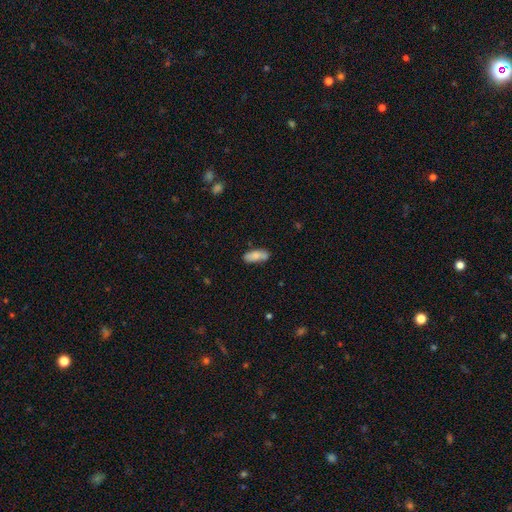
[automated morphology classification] Smooth or featured?
  - smooth: 79% *
  - featured or disk: 14%
  - star or artifact: 6%
How rounded?
  - in between: 76% *
  - cigar-shaped: 22%
  - round: 2%
Merging?
  - none: 78% *
  - minor disturbance: 17%
  - major disturbance: 3%
  - merger: 2%